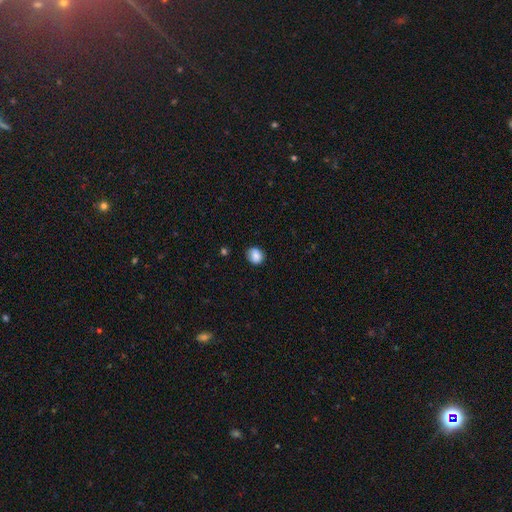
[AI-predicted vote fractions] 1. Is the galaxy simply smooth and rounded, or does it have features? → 83% smooth, 9% star or artifact, 8% featured or disk.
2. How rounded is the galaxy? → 69% round, 30% in between, 1% cigar-shaped.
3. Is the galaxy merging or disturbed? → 77% none, 17% minor disturbance, 4% major disturbance, 2% merger.